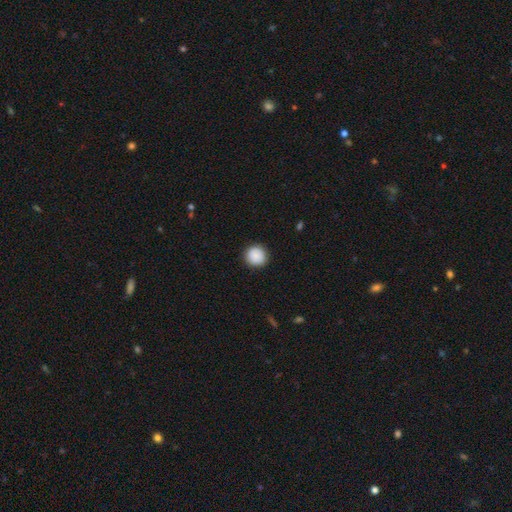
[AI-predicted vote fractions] Smooth or featured: smooth — 89% (star or artifact — 8%)
How rounded: round — 93% (in between — 6%)
Merging: none — 91% (minor disturbance — 6%)